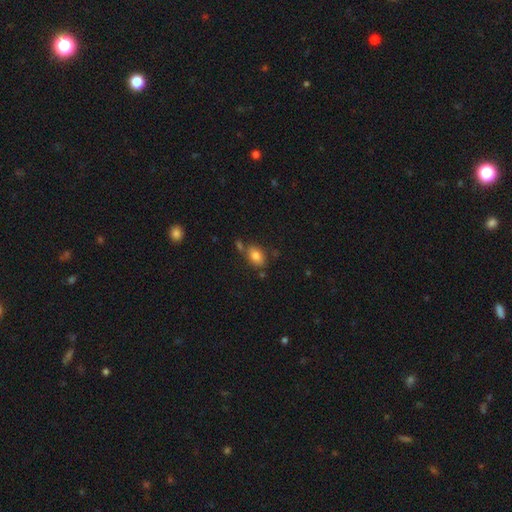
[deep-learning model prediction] Smooth or featured? smooth (82%)
How rounded? in between (84%)
Merging? none (66%)